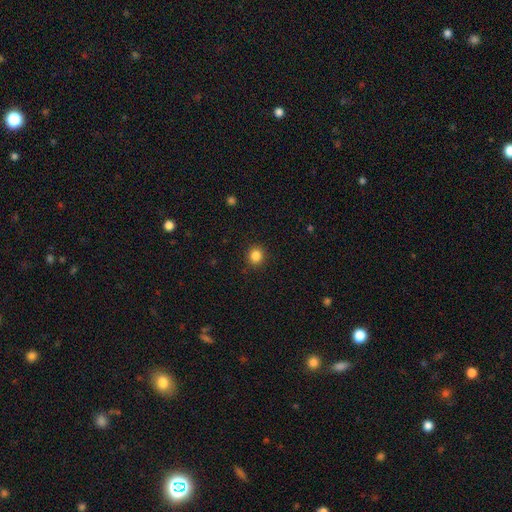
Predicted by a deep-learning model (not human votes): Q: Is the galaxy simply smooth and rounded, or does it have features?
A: smooth — 85%.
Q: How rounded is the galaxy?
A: round — 85%.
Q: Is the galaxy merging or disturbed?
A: none — 91%.